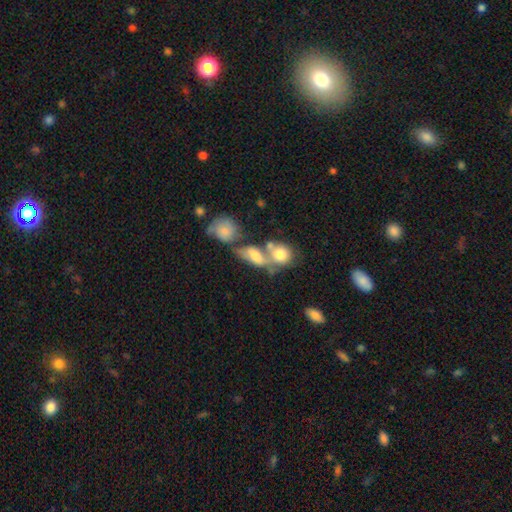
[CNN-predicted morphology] Smooth or featured?
  - smooth: 61% *
  - featured or disk: 27%
  - star or artifact: 12%
How rounded?
  - in between: 65% *
  - round: 29%
  - cigar-shaped: 6%
Merging?
  - merger: 56% *
  - none: 25%
  - minor disturbance: 11%
  - major disturbance: 8%